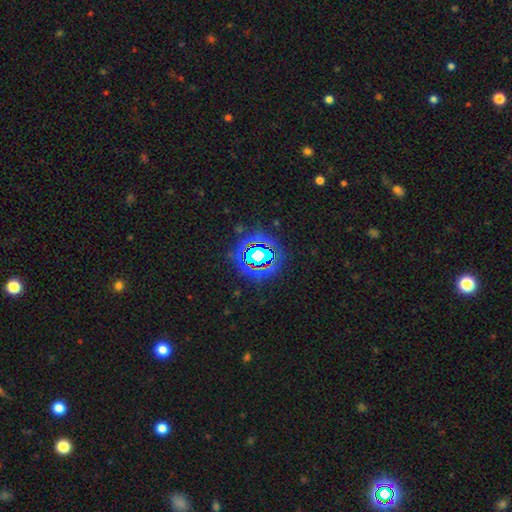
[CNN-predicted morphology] type=star or artifact (70%).